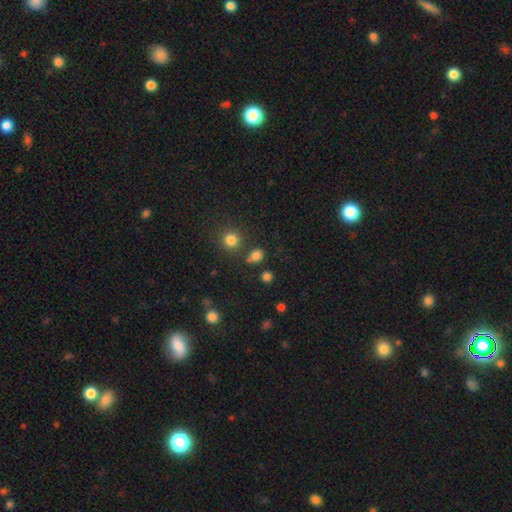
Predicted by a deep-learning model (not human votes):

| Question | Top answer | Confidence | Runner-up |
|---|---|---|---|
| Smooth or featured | smooth | 80% | star or artifact (15%) |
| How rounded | in between | 54% | round (44%) |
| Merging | none | 71% | minor disturbance (13%) |